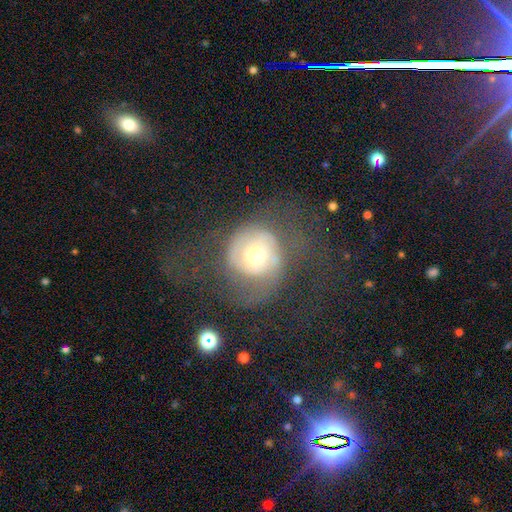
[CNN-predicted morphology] smooth_or_featured: featured or disk (p=0.55) [alt: smooth p=0.36]
disk_edge_on: no (p=0.97) [alt: yes p=0.03]
bar: no (p=0.76) [alt: weak p=0.19]
has_spiral_arms: yes (p=0.66) [alt: no p=0.34]
bulge_size: moderate (p=0.62) [alt: small p=0.25]
merging: major disturbance (p=0.40) [alt: none p=0.39]